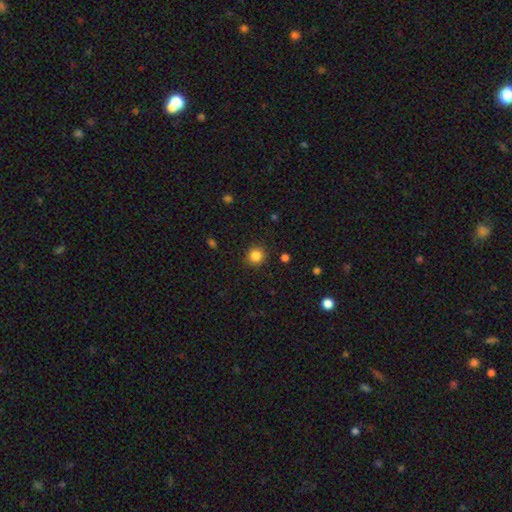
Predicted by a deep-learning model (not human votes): smooth 84%, star or artifact 12%, featured or disk 4%. Down the decision tree: how rounded — round (93%); merging — none (90%).